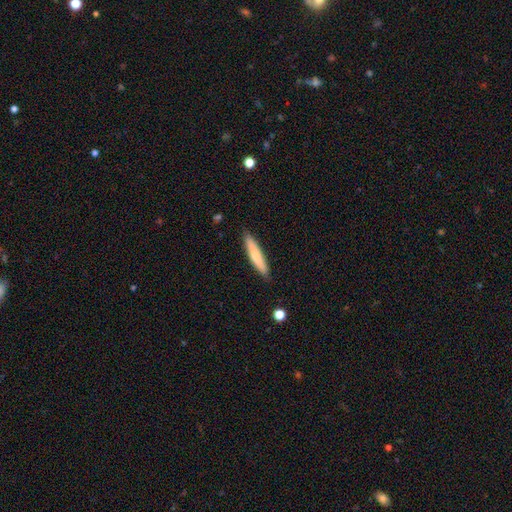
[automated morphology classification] Smooth or featured?
  - smooth: 68% *
  - featured or disk: 26%
  - star or artifact: 6%
How rounded?
  - cigar-shaped: 88% *
  - in between: 11%
  - round: 1%
Merging?
  - none: 88% *
  - minor disturbance: 9%
  - major disturbance: 2%
  - merger: 1%